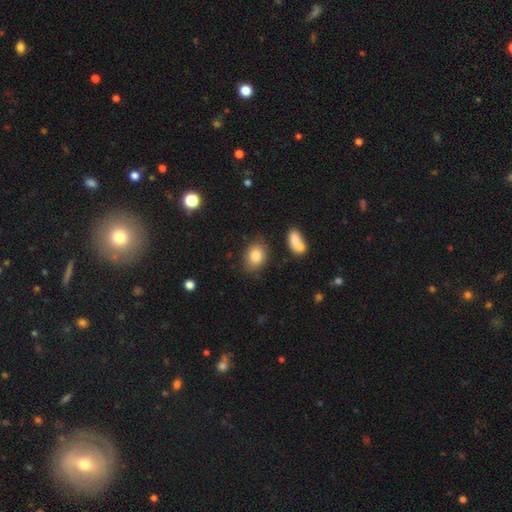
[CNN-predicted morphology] Smooth or featured?
  - smooth: 82% *
  - featured or disk: 9%
  - star or artifact: 9%
How rounded?
  - in between: 71% *
  - round: 27%
  - cigar-shaped: 1%
Merging?
  - none: 80% *
  - minor disturbance: 13%
  - merger: 4%
  - major disturbance: 3%